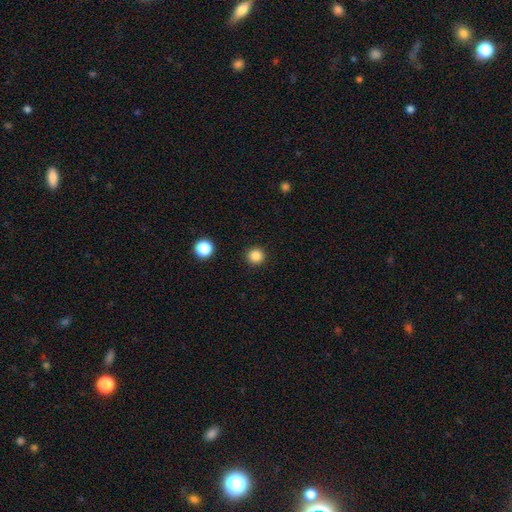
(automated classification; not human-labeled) Smooth or featured?
  - smooth: 85% *
  - star or artifact: 12%
  - featured or disk: 3%
How rounded?
  - round: 95% *
  - in between: 4%
  - cigar-shaped: 1%
Merging?
  - none: 93% *
  - minor disturbance: 4%
  - major disturbance: 2%
  - merger: 1%